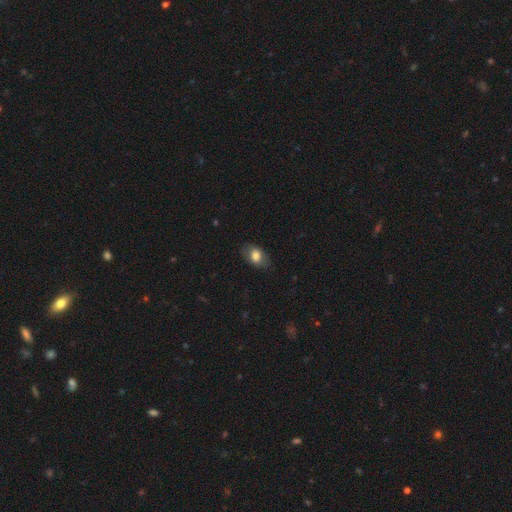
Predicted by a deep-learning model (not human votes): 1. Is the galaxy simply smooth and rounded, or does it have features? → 76% smooth, 16% featured or disk, 8% star or artifact.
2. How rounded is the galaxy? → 83% in between, 15% round, 2% cigar-shaped.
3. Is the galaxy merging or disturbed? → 78% none, 17% minor disturbance, 5% major disturbance, 1% merger.